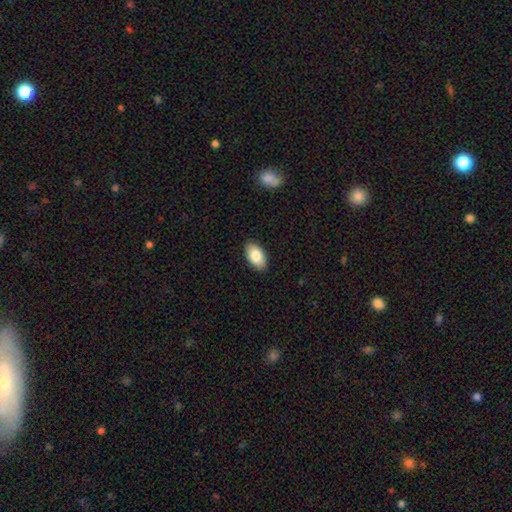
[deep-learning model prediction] Q: Smooth or featured?
A: smooth (84%); runner-up: featured or disk (10%)
Q: How rounded?
A: in between (95%); runner-up: round (4%)
Q: Merging?
A: none (89%); runner-up: minor disturbance (8%)